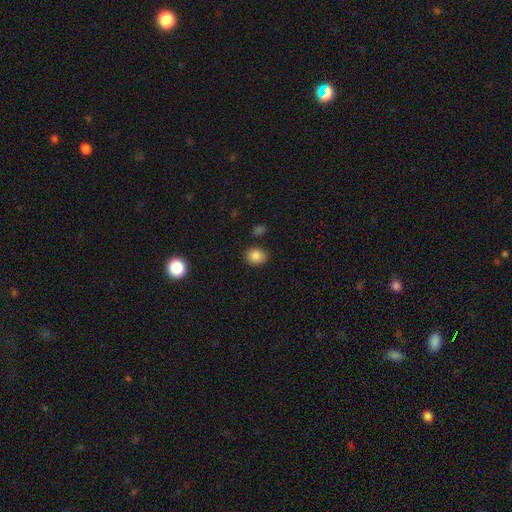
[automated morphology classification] This appears to be a smooth galaxy with no disk features (86%) that is round (57%). Merging: none (84%).